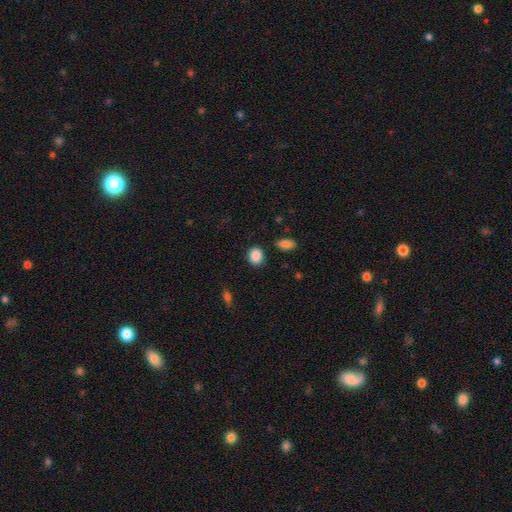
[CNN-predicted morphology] Smooth or featured?
  - smooth: 89% *
  - star or artifact: 8%
  - featured or disk: 3%
How rounded?
  - round: 70% *
  - in between: 29%
  - cigar-shaped: 1%
Merging?
  - none: 87% *
  - minor disturbance: 8%
  - major disturbance: 3%
  - merger: 2%